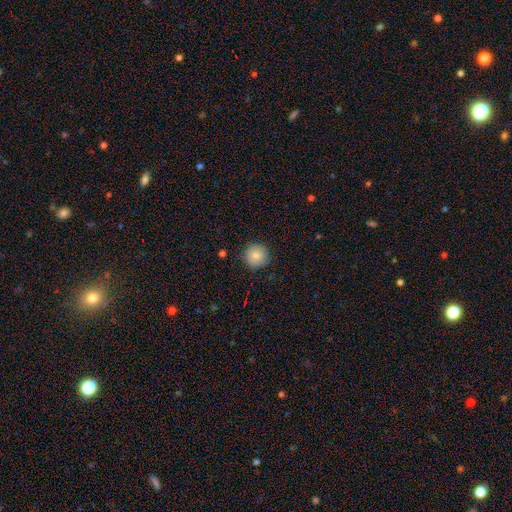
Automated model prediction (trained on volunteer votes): Smooth or featured? smooth (80%)
How rounded? round (95%)
Merging? none (86%)